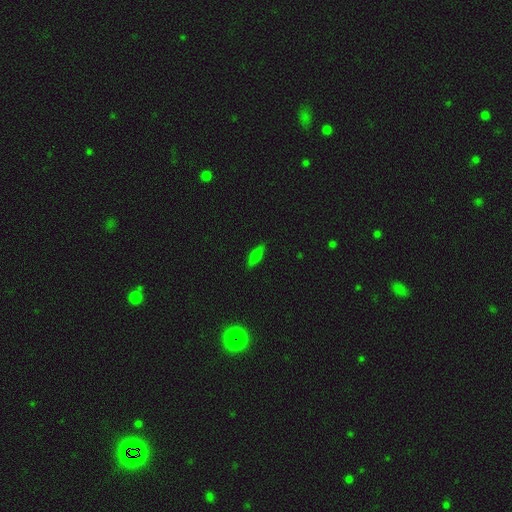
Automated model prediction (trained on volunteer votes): The model was most divided on "how rounded": cigar-shaped: 52%, in between: 45%, round: 3%. More confident: merging — none (86%); smooth or featured — smooth (68%).